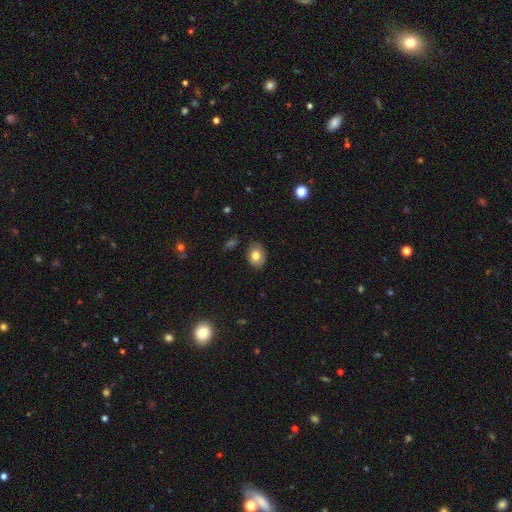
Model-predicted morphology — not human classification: This appears to be a smooth galaxy with no disk features (78%) that is in between round and cigar-shaped (71%). Merging: none (82%).